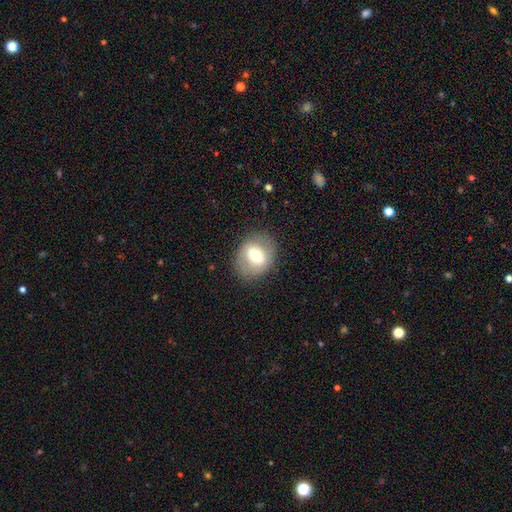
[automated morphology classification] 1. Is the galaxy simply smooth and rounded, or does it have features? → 59% smooth, 33% featured or disk, 8% star or artifact.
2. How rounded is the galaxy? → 54% round, 45% in between, 1% cigar-shaped.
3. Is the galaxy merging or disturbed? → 82% none, 12% minor disturbance, 5% major disturbance, 1% merger.